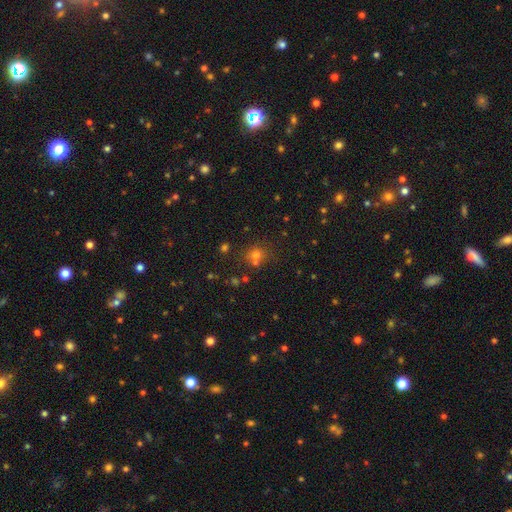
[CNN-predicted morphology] Smooth or featured? smooth (64%)
How rounded? round (81%)
Merging? none (60%)